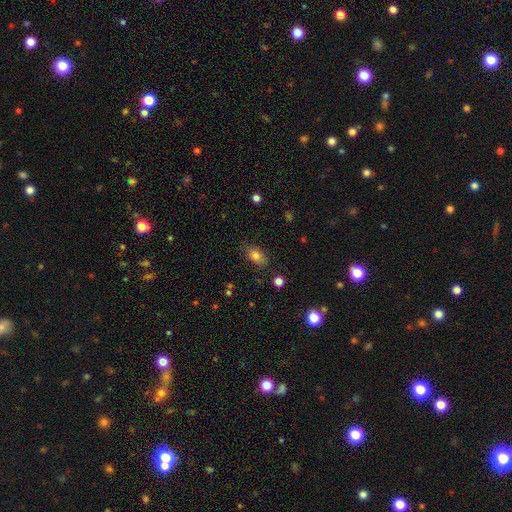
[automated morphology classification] Smooth or featured?
  - smooth: 81% *
  - star or artifact: 10%
  - featured or disk: 9%
How rounded?
  - in between: 85% *
  - round: 12%
  - cigar-shaped: 3%
Merging?
  - none: 80% *
  - minor disturbance: 15%
  - major disturbance: 4%
  - merger: 2%